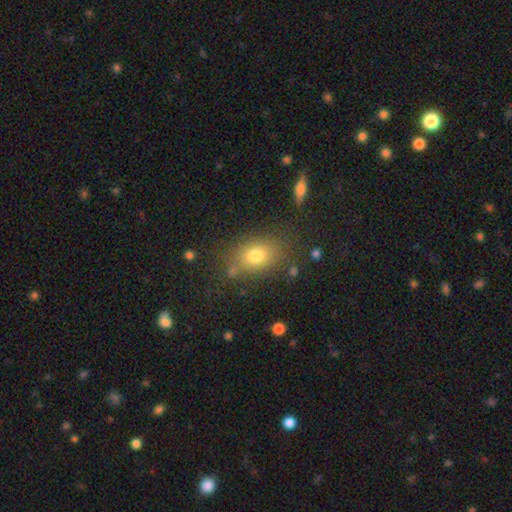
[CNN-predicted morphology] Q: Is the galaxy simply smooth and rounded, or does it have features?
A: smooth — 76%.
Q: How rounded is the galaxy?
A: in between — 69%.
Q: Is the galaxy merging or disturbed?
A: none — 76%.